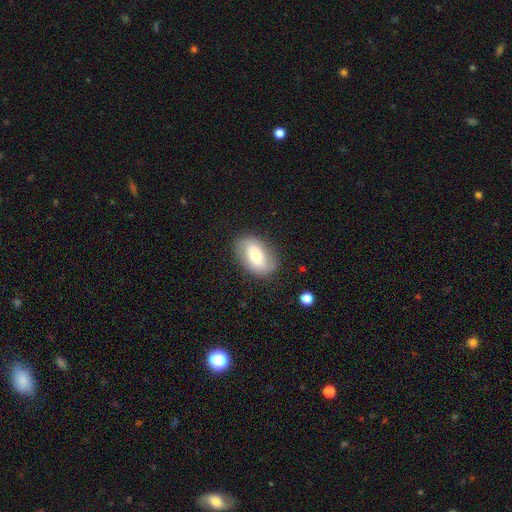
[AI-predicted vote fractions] smooth_or_featured: smooth (p=0.57) [alt: featured or disk p=0.36]
how_rounded: in between (p=0.89) [alt: round p=0.09]
merging: none (p=0.81) [alt: minor disturbance p=0.13]